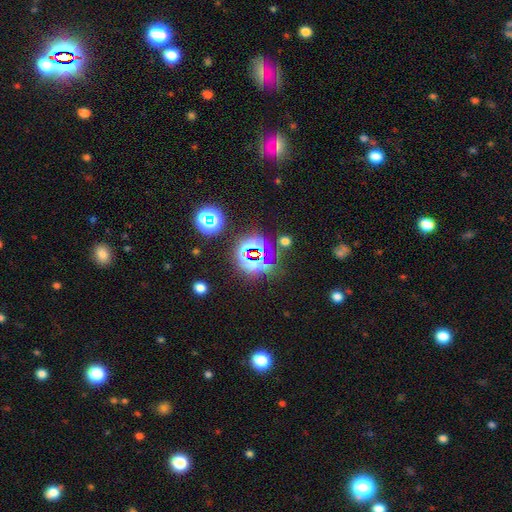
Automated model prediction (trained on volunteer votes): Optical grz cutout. It shows a star or artifact, not a galaxy (73%).